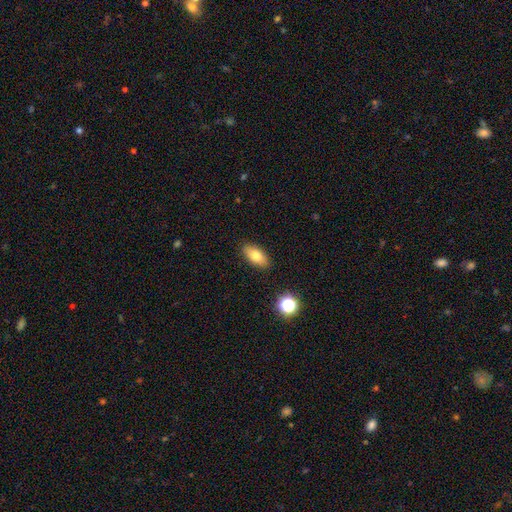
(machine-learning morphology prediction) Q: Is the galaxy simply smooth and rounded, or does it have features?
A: smooth — 77%.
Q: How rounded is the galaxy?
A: in between — 84%.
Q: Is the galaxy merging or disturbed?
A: none — 88%.